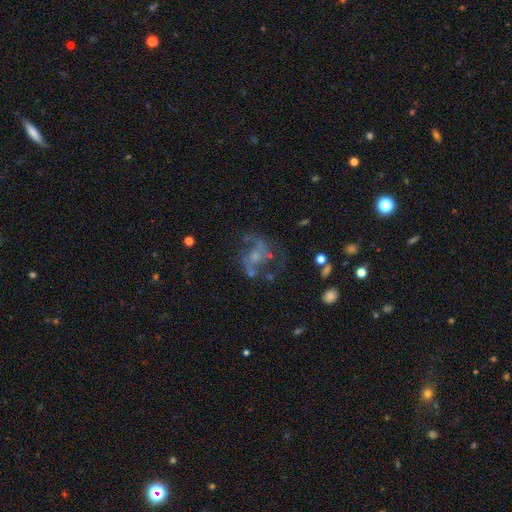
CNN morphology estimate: Overall: featured or disk (69%). Edge-on disk: no (97%). Bar: no (63%; weak 30%). Spiral arms: yes (72%). Bulge size: small (41%; moderate 30%). Merging: none (50%; major disturbance 26%).